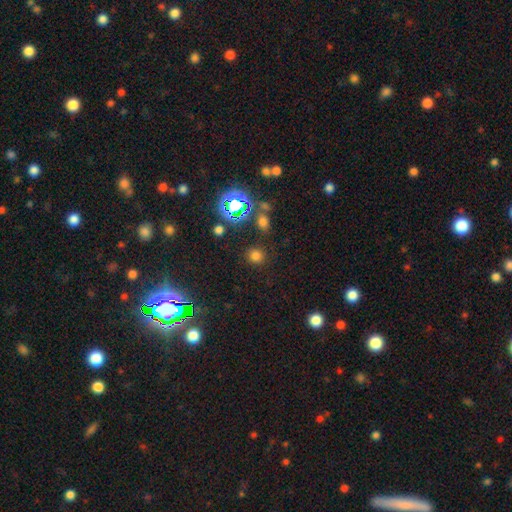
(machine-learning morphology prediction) Smooth or featured? smooth (68%)
How rounded? round (86%)
Merging? none (84%)